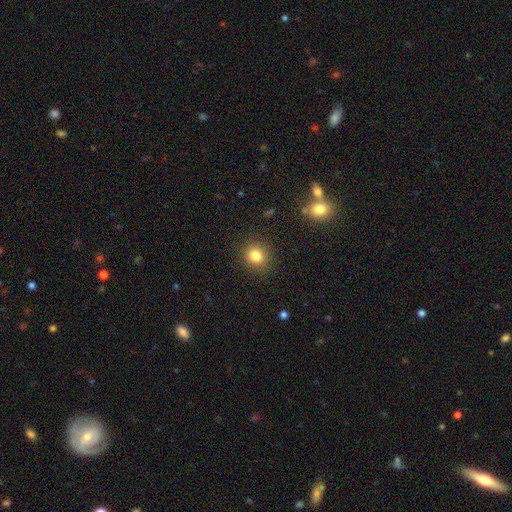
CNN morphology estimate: This appears to be a smooth galaxy with no disk features (83%) that is round (77%). Merging: none (87%).